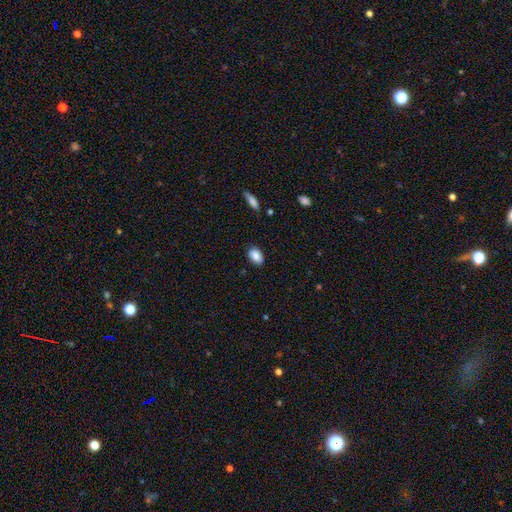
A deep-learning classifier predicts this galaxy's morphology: Overall: smooth (87%). How rounded: in between (89%). Merging: none (86%).